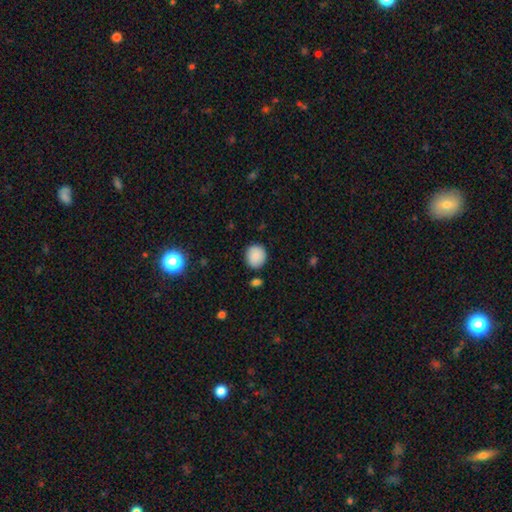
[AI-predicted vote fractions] Smooth or featured? Predicted: smooth (p=0.86). How rounded? Predicted: round (p=0.84). Merging? Predicted: none (p=0.85).